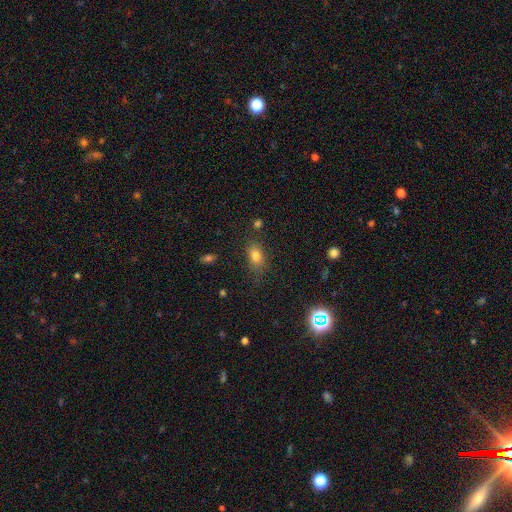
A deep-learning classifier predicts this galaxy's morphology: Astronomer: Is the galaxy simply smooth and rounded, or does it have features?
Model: smooth — 77%.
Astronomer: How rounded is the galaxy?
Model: in between — 78%.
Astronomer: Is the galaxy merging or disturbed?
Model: none — 75%.